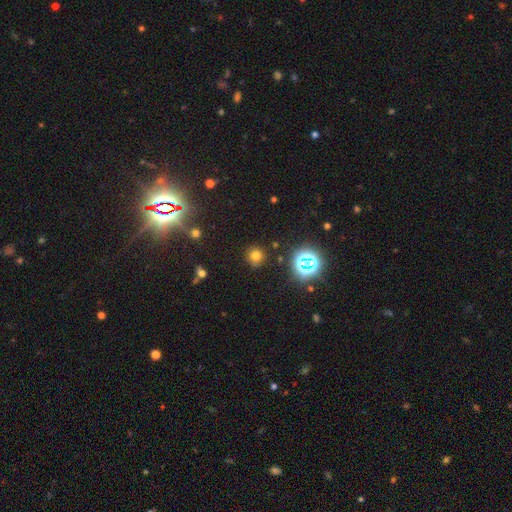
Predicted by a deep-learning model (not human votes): Q: Smooth or featured?
A: smooth (70%); runner-up: star or artifact (24%)
Q: How rounded?
A: round (91%); runner-up: in between (8%)
Q: Merging?
A: none (85%); runner-up: minor disturbance (9%)